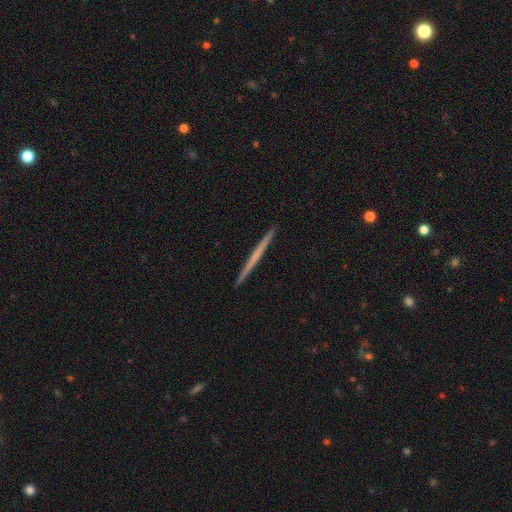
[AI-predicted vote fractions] This appears to be a featured or disk galaxy (55%) viewed edge-on (98%) with no central bulge (89%). Merging: none (94%).